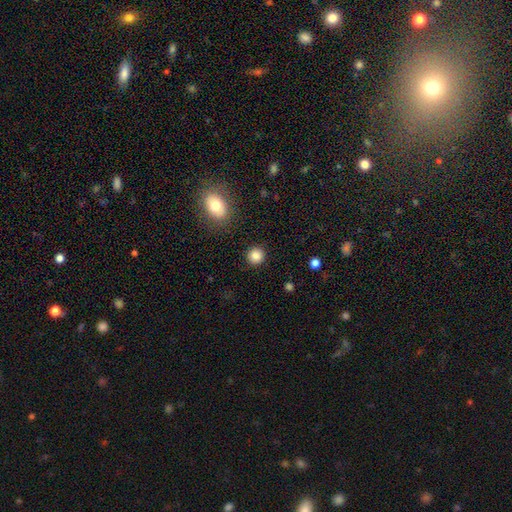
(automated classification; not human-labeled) Smooth or featured?
  - smooth: 85% *
  - star or artifact: 10%
  - featured or disk: 4%
How rounded?
  - round: 91% *
  - in between: 8%
  - cigar-shaped: 1%
Merging?
  - none: 90% *
  - minor disturbance: 6%
  - major disturbance: 2%
  - merger: 2%